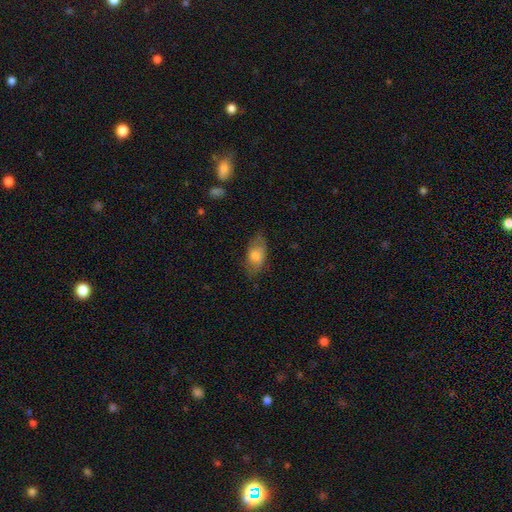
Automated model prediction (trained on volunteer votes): smooth_or_featured: smooth (p=0.70) [alt: featured or disk p=0.23]
how_rounded: in between (p=0.89) [alt: cigar-shaped p=0.06]
merging: none (p=0.65) [alt: minor disturbance p=0.24]